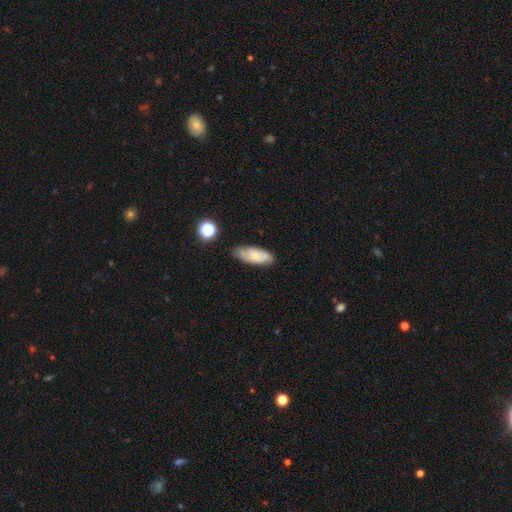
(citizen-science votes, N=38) Q: Smooth or featured?
A: featured or disk (50%); runner-up: smooth (47%)
Q: Edge-on disk?
A: no (95%); runner-up: yes (5%)
Q: Bar?
A: no (89%); runner-up: weak (11%)
Q: Spiral arms?
A: yes (72%); runner-up: no (28%)
Q: Spiral winding?
A: tight (62%); runner-up: medium (31%)
Q: Spiral arm count?
A: can't tell (62%); runner-up: 1 (23%)
Q: Bulge size?
A: small (50%); runner-up: moderate (39%)
Q: Merging?
A: none (76%); runner-up: minor disturbance (22%)